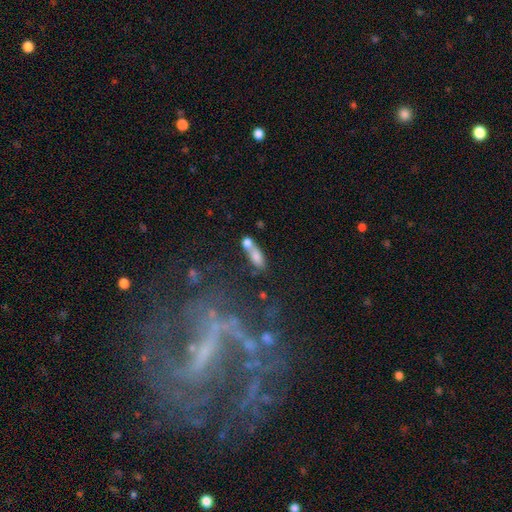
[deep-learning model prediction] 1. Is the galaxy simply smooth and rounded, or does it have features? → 73% smooth, 18% featured or disk, 10% star or artifact.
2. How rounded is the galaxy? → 62% in between, 33% cigar-shaped, 5% round.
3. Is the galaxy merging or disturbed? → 45% merger, 34% none, 14% minor disturbance, 8% major disturbance.